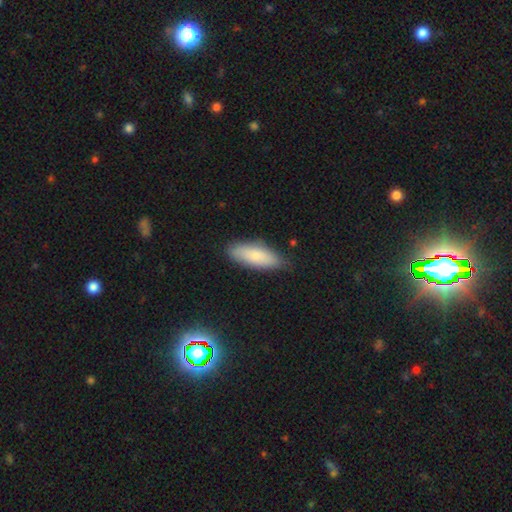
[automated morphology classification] Smooth or featured? smooth (77%)
How rounded? in between (68%)
Merging? none (77%)